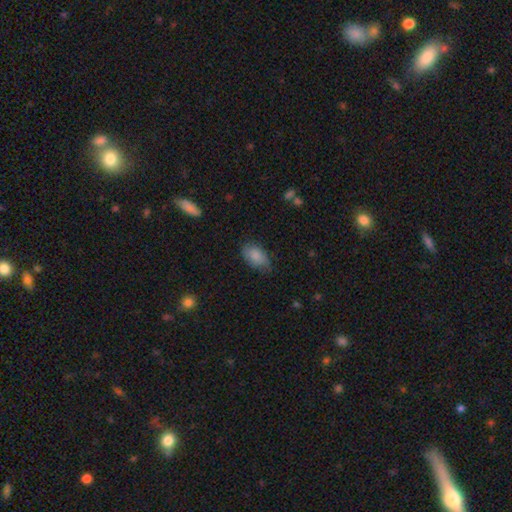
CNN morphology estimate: smooth 83%, featured or disk 10%, star or artifact 7%. Down the decision tree: how rounded — in between (91%); merging — none (61%).